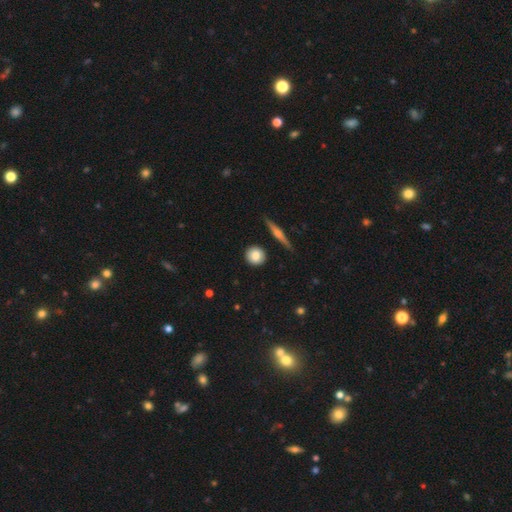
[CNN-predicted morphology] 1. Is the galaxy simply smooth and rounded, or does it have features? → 81% smooth, 12% featured or disk, 7% star or artifact.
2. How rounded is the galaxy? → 90% round, 8% in between, 2% cigar-shaped.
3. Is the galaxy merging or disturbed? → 88% none, 7% minor disturbance, 2% merger, 2% major disturbance.